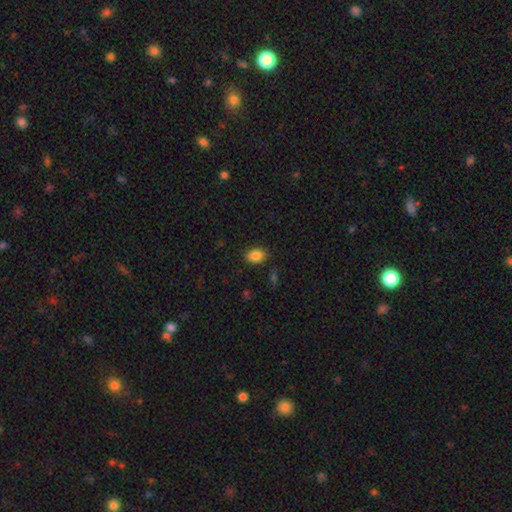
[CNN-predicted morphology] Overall: smooth (87%). How rounded: in between (79%). Merging: none (87%).